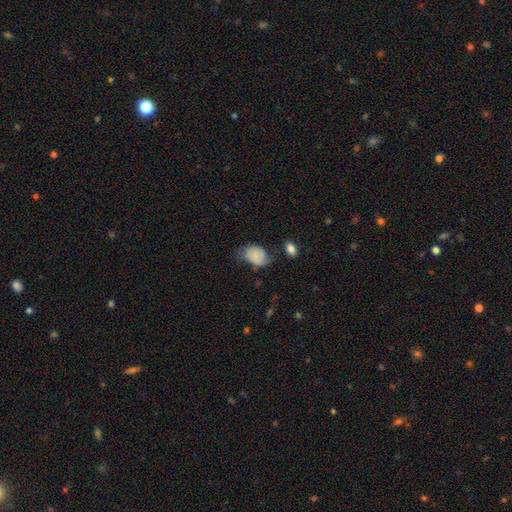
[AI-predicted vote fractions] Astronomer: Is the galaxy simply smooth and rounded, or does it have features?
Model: smooth — 73%.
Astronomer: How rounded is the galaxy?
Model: in between — 78%.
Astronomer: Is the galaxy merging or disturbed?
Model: none — 47% (runner-up: minor disturbance, 38%).